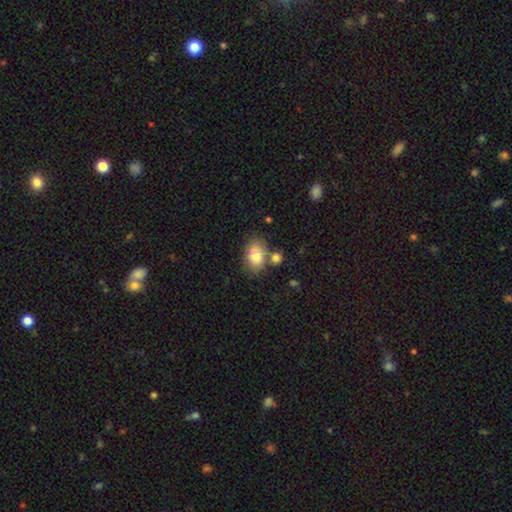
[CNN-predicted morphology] This appears to be a smooth galaxy with no disk features (80%) that is in between round and cigar-shaped (83%). Merging: none (66%).